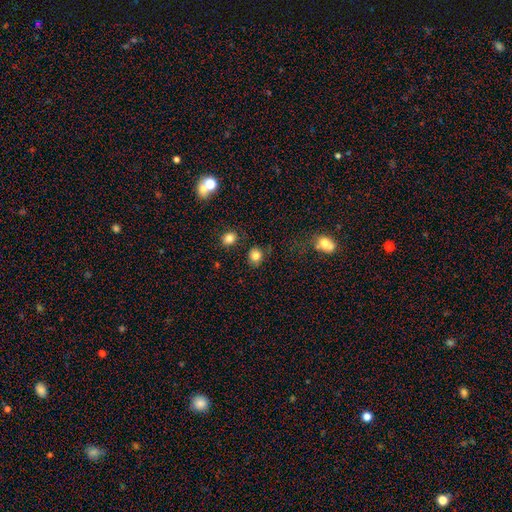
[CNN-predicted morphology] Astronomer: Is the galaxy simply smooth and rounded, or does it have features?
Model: smooth — 82%.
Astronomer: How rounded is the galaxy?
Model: round — 76%.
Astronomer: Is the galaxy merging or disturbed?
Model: none — 80%.